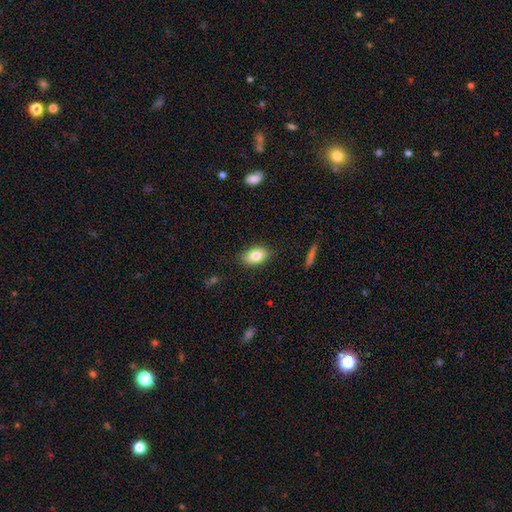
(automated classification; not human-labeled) The model was most divided on "smooth or featured": smooth: 83%, featured or disk: 10%, star or artifact: 7%. More confident: how rounded — in between (89%); merging — none (85%).